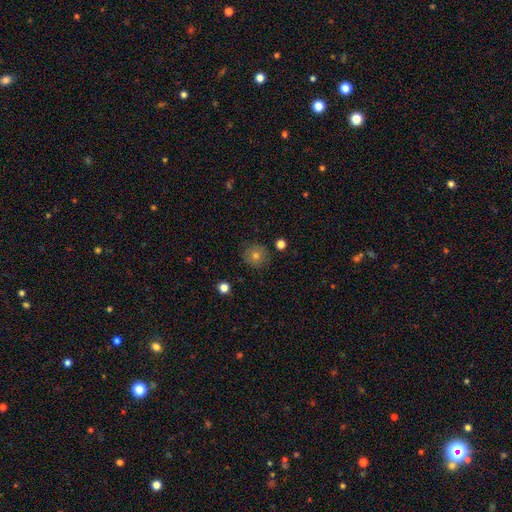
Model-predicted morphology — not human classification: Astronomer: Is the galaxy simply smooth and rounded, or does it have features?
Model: smooth — 70%.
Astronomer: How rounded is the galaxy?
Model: round — 94%.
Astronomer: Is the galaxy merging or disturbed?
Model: none — 86%.